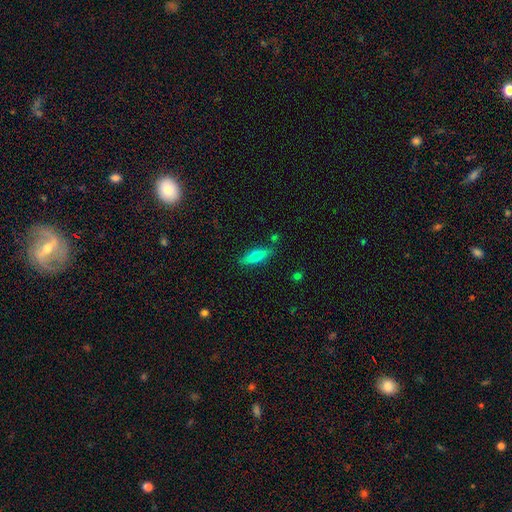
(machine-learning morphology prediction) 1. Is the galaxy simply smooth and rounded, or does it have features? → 64% smooth, 29% featured or disk, 7% star or artifact.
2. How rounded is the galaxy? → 62% cigar-shaped, 36% in between, 2% round.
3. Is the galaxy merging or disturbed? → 83% none, 11% minor disturbance, 3% merger, 2% major disturbance.